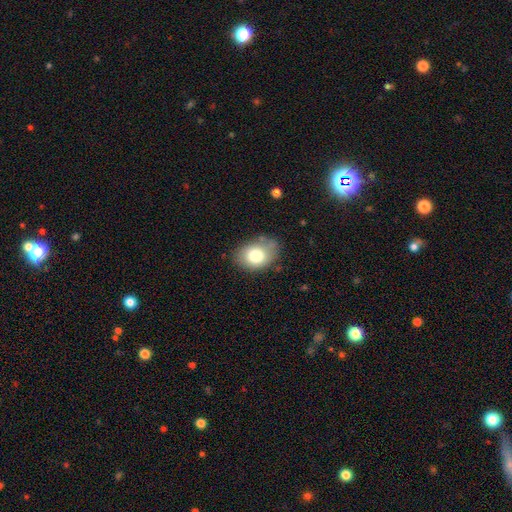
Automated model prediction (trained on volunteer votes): Q: Smooth or featured?
A: smooth (78%); runner-up: featured or disk (14%)
Q: How rounded?
A: in between (71%); runner-up: round (28%)
Q: Merging?
A: none (69%); runner-up: minor disturbance (22%)